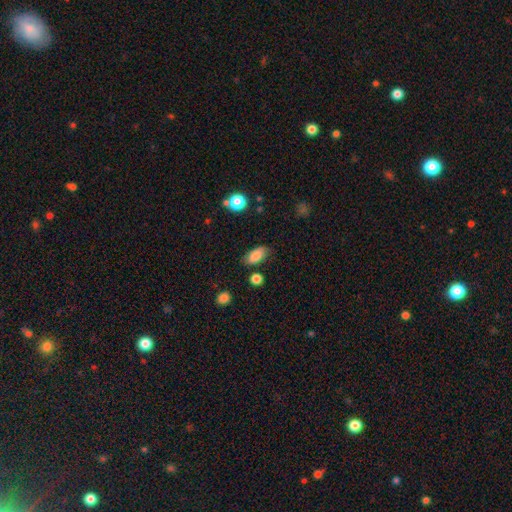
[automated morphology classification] A smooth galaxy with no disk features (85%) that is in between round and cigar-shaped (91%). Merging: none (77%).